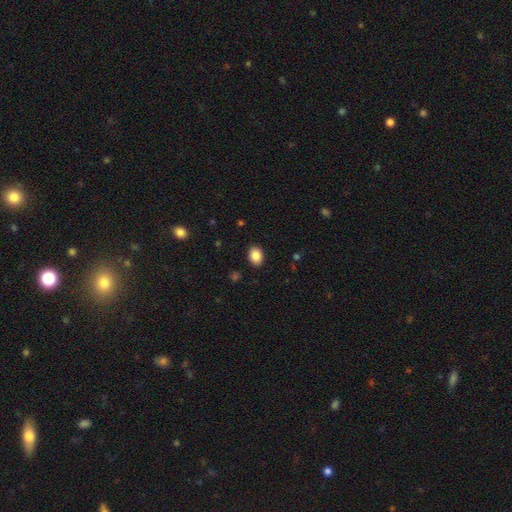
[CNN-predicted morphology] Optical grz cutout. It shows a smooth galaxy with no disk features (87%) that is in between round and cigar-shaped (69%). Merging: none (90%).